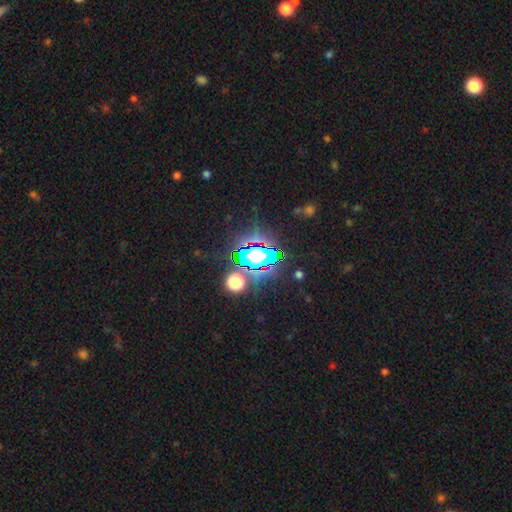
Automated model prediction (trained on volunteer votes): This is likely a star or artifact rather than a galaxy (65%).